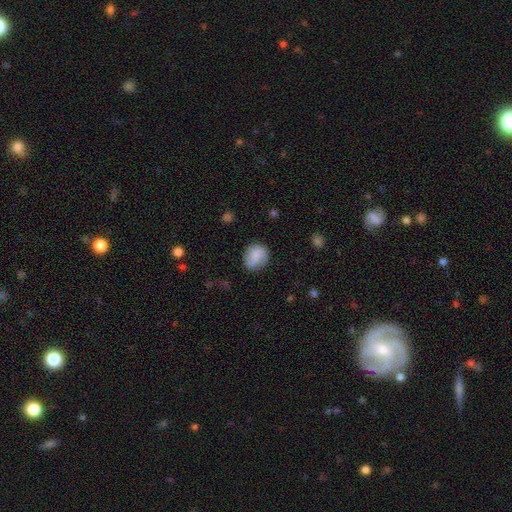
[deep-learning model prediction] The model was most divided on "how rounded": round: 60%, in between: 38%, cigar-shaped: 1%. More confident: smooth or featured — smooth (74%); merging — none (71%).